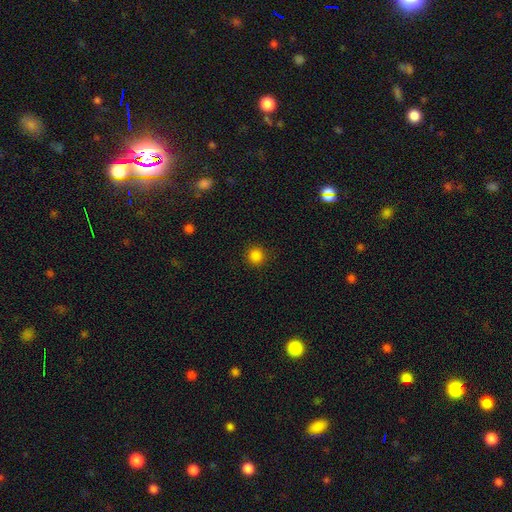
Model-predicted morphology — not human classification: smooth_or_featured: smooth (p=0.84) [alt: star or artifact p=0.13]
how_rounded: round (p=0.94) [alt: in between p=0.05]
merging: none (p=0.90) [alt: minor disturbance p=0.06]